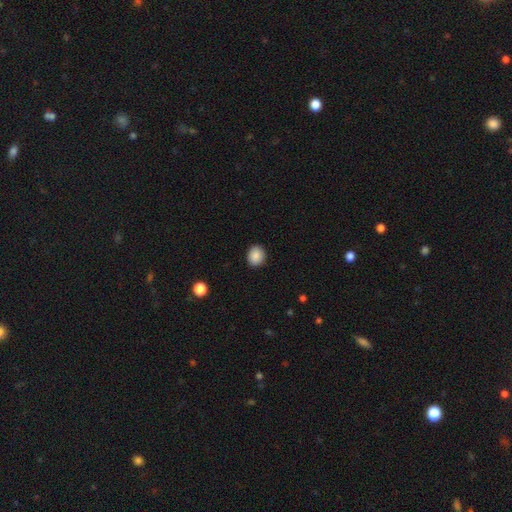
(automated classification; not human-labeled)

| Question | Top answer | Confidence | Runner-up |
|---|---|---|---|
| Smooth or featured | smooth | 88% | star or artifact (8%) |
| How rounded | round | 65% | in between (34%) |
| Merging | none | 90% | minor disturbance (7%) |